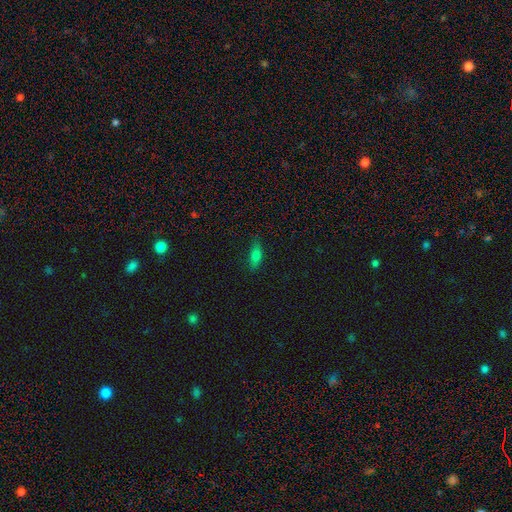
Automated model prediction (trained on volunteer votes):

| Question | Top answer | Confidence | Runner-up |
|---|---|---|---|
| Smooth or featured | smooth | 75% | featured or disk (13%) |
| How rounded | in between | 66% | cigar-shaped (31%) |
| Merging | none | 79% | minor disturbance (16%) |